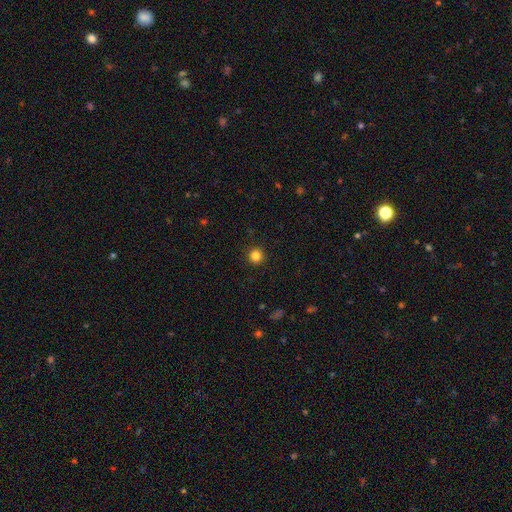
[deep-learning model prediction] Smooth or featured: smooth — 84% (star or artifact — 12%)
How rounded: round — 96% (in between — 3%)
Merging: none — 93% (minor disturbance — 5%)